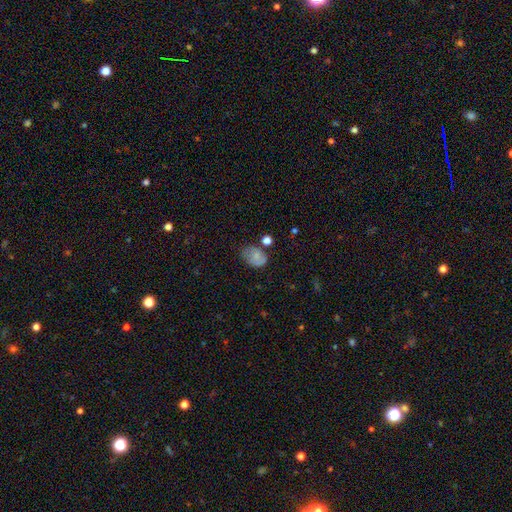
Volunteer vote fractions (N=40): Morphology: type=smooth (68%); roundness=in between (70%); merging=none (51%).